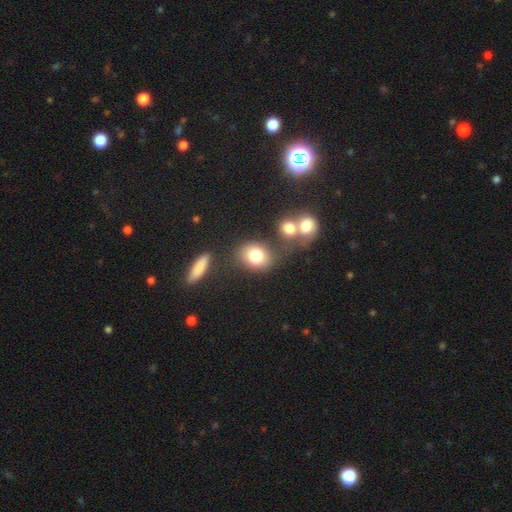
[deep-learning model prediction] Smooth or featured? smooth (79%)
How rounded? round (52%)
Merging? none (62%)